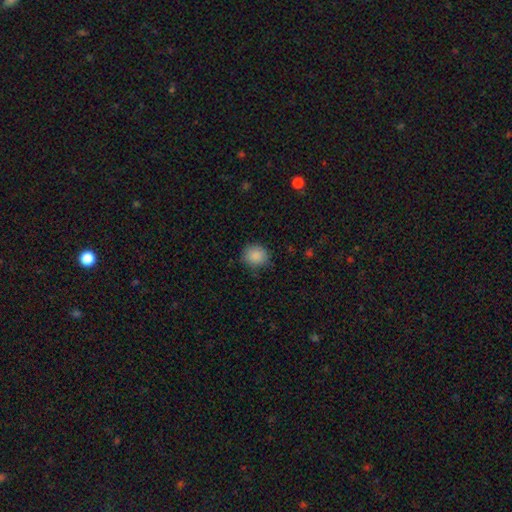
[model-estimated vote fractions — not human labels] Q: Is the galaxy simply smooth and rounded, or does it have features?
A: smooth — 88%.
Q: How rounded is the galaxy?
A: round — 74%.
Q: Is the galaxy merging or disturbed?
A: none — 81%.